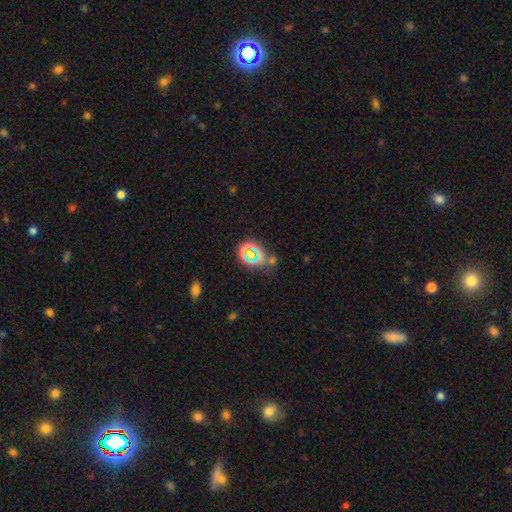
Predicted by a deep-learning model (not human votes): Q: Smooth or featured?
A: star or artifact (63%); runner-up: smooth (26%)